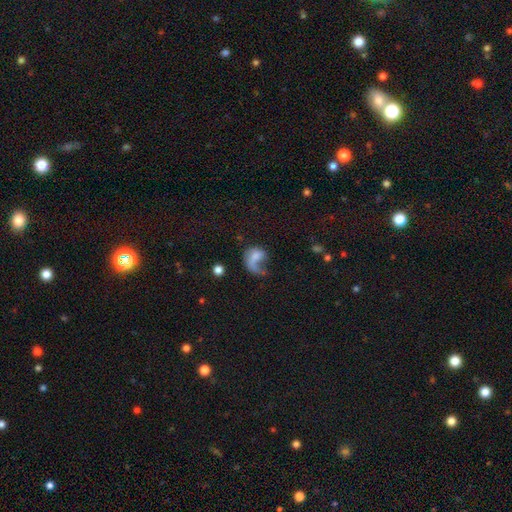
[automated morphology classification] A smooth galaxy with no disk features (47%). Merging: major disturbance (55%).